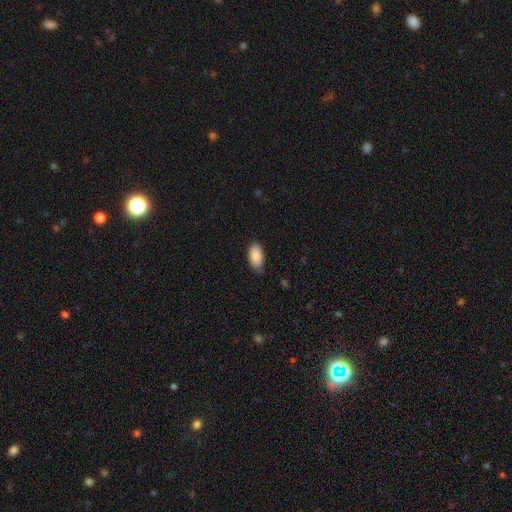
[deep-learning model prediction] Smooth or featured: smooth — 89% (star or artifact — 6%)
How rounded: in between — 95% (round — 3%)
Merging: none — 72% (minor disturbance — 23%)